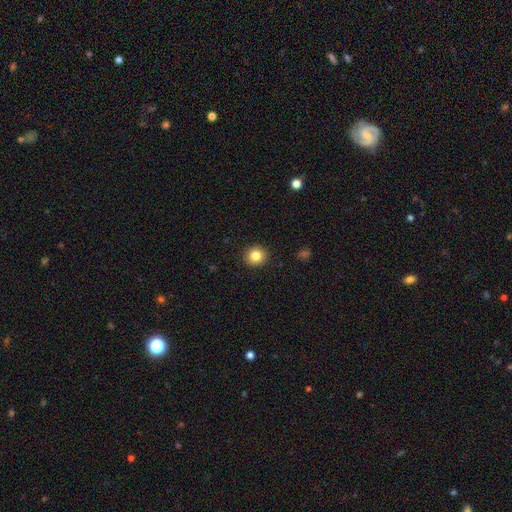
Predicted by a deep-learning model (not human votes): Smooth or featured: smooth — 83% (star or artifact — 10%)
How rounded: round — 92% (in between — 7%)
Merging: none — 92% (minor disturbance — 5%)